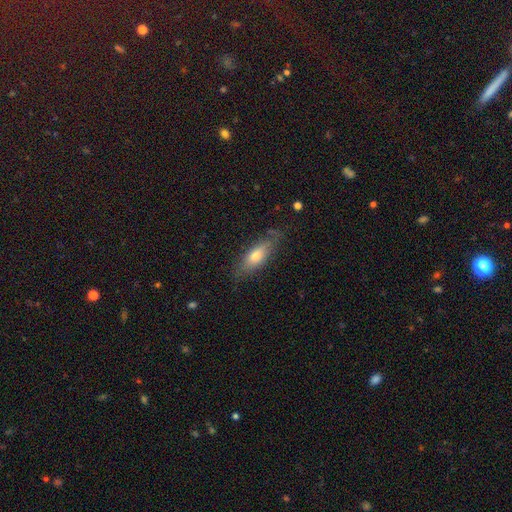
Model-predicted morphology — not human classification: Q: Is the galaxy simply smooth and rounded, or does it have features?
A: smooth — 63%.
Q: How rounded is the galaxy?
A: in between — 54%.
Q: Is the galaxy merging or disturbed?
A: none — 74%.